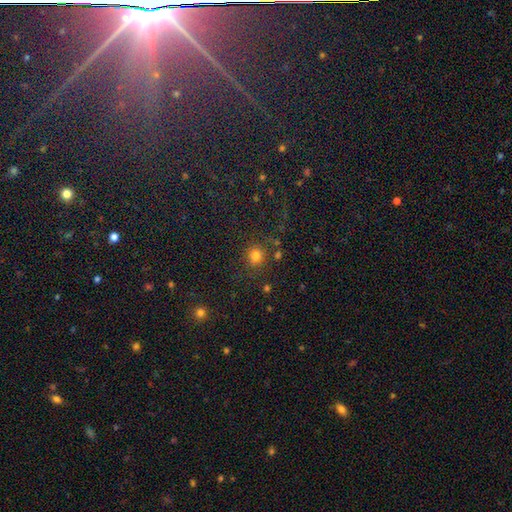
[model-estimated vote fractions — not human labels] Smooth or featured?
  - smooth: 77% *
  - star or artifact: 17%
  - featured or disk: 6%
How rounded?
  - round: 90% *
  - in between: 9%
  - cigar-shaped: 1%
Merging?
  - none: 81% *
  - minor disturbance: 9%
  - merger: 5%
  - major disturbance: 4%